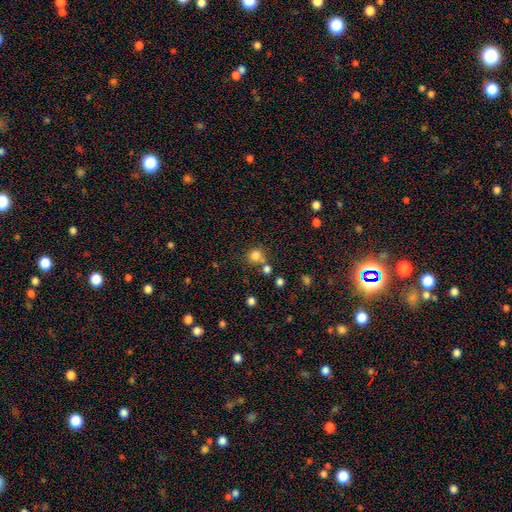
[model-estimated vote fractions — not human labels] smooth-or-featured: smooth: 80% | star or artifact: 14% | featured or disk: 6%
  how-rounded: round: 89% | in between: 10% | cigar-shaped: 1%
  merging: none: 63% | merger: 23% | minor disturbance: 10% | major disturbance: 4%